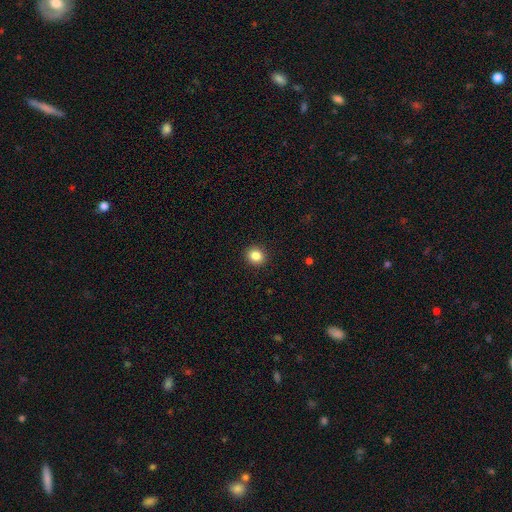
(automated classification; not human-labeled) The model was most divided on "how rounded": round: 83%, in between: 16%, cigar-shaped: 1%. More confident: merging — none (92%); smooth or featured — smooth (86%).